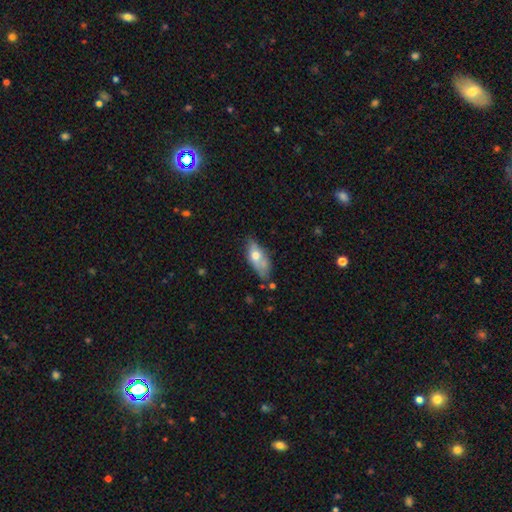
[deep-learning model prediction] smooth-or-featured: smooth: 63% | featured or disk: 30% | star or artifact: 7%
  how-rounded: in between: 81% | cigar-shaped: 15% | round: 4%
  merging: none: 41% | minor disturbance: 34% | major disturbance: 15% | merger: 10%